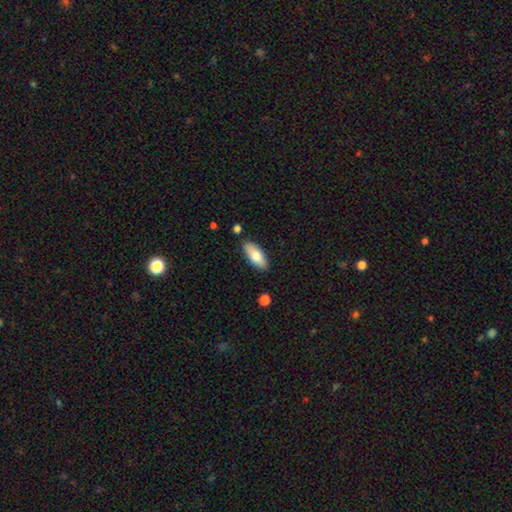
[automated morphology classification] Smooth or featured?
  - smooth: 76% *
  - featured or disk: 18%
  - star or artifact: 6%
How rounded?
  - in between: 78% *
  - cigar-shaped: 20%
  - round: 2%
Merging?
  - none: 85% *
  - minor disturbance: 10%
  - merger: 3%
  - major disturbance: 2%